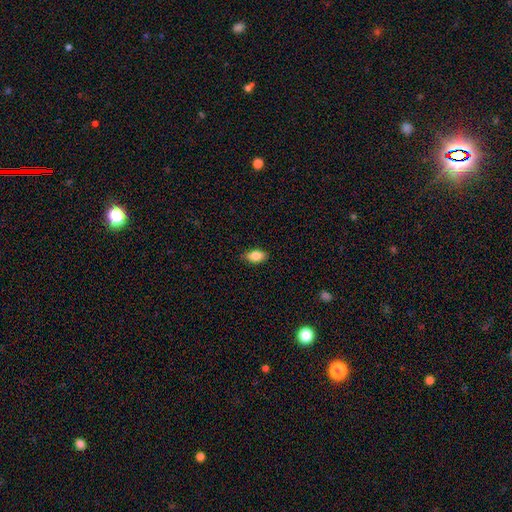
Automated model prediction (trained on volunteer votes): Overall: smooth (86%). How rounded: in between (89%). Merging: none (86%).